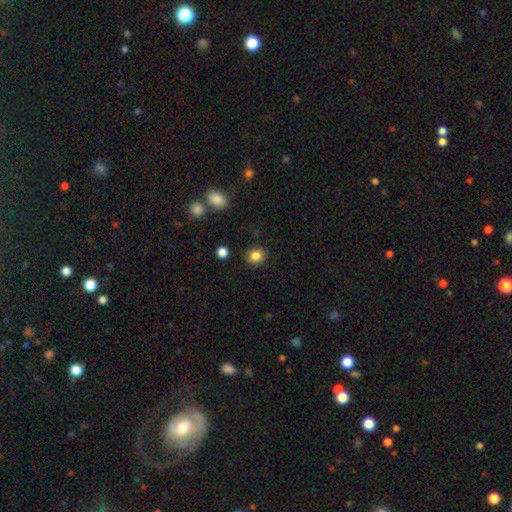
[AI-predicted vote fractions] The model was most divided on "how rounded": round: 82%, in between: 17%, cigar-shaped: 1%. More confident: merging — none (89%); smooth or featured — smooth (85%).